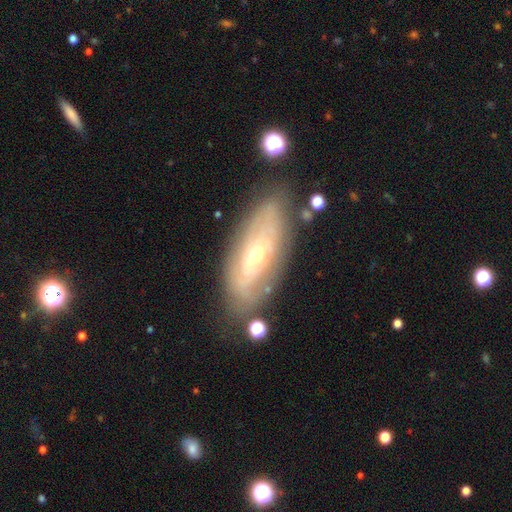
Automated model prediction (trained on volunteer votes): Morphology: type=featured or disk (67%); edge-on=no (80%); bar=no (54%); spiral arms=yes (55%); bulge=small (55%); merging=none (75%).